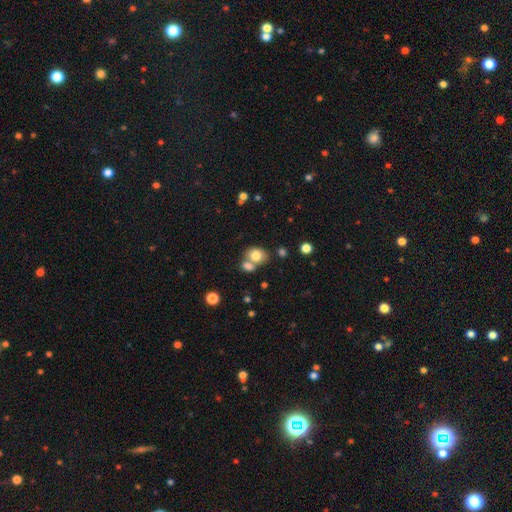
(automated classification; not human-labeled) Morphology: type=smooth (79%); roundness=in between (53%); merging=merger (43%).